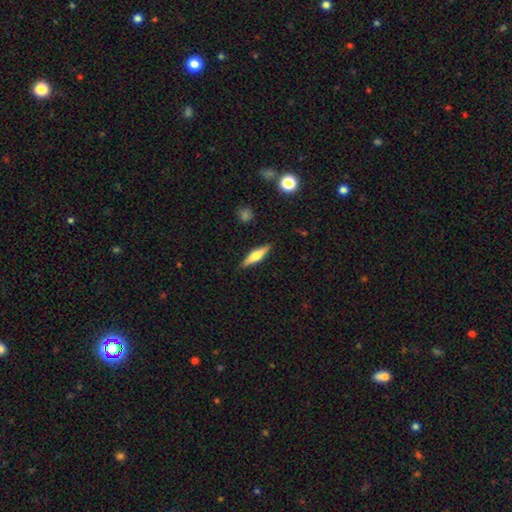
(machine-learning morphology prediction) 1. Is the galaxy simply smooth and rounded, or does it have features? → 49% featured or disk, 45% smooth, 6% star or artifact.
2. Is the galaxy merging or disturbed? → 88% none, 9% minor disturbance, 2% major disturbance, 1% merger.